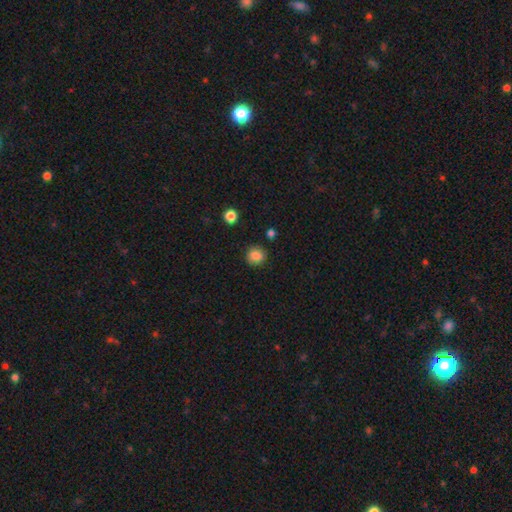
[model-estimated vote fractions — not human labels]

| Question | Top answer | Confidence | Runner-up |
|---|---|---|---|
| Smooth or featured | smooth | 86% | star or artifact (10%) |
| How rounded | round | 89% | in between (10%) |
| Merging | none | 88% | minor disturbance (8%) |